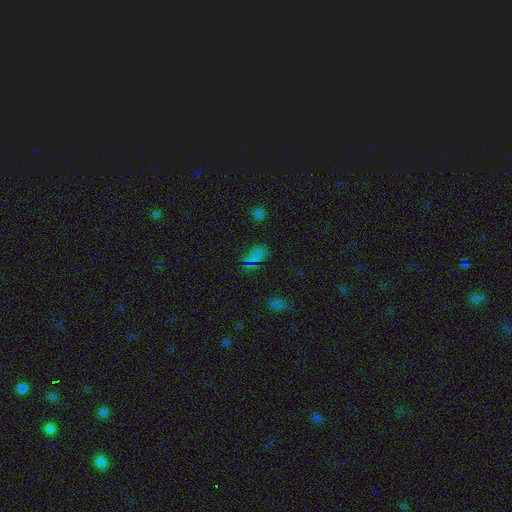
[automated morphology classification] Smooth or featured? smooth (51%)
How rounded? in between (79%)
Merging? none (65%)